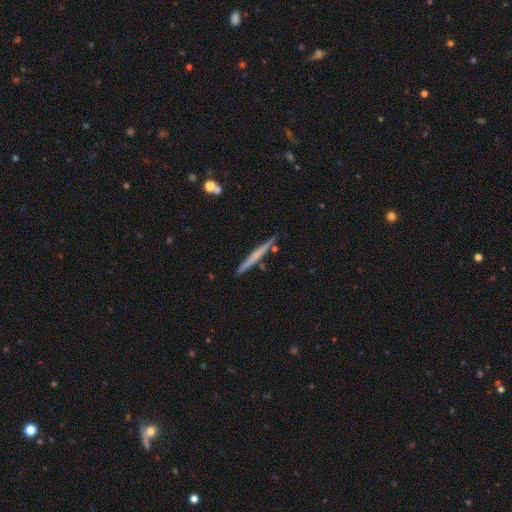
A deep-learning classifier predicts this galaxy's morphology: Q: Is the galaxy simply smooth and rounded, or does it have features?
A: smooth — 47%, tied with featured or disk.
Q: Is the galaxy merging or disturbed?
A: none — 88%.